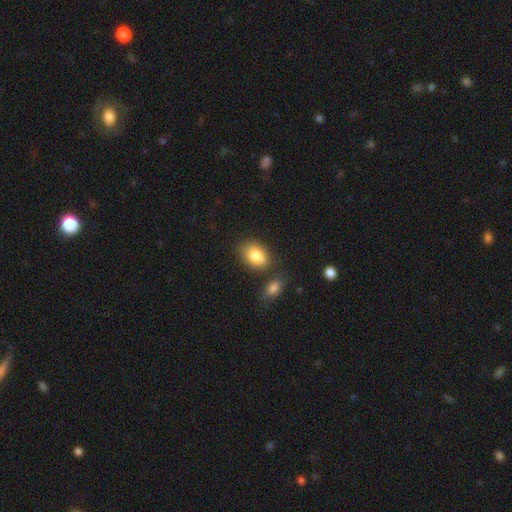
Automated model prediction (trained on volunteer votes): Smooth or featured? Predicted: smooth (p=0.83). How rounded? Predicted: in between (p=0.81). Merging? Predicted: none (p=0.69).